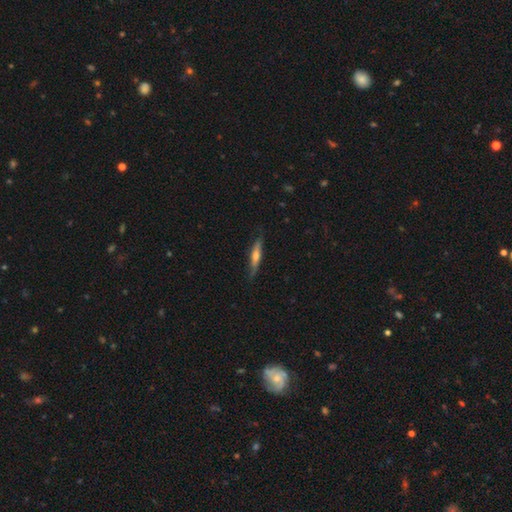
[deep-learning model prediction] smooth-or-featured: featured or disk: 55% | smooth: 39% | star or artifact: 6%
  disk-edge-on: yes: 92% | no: 8%
    edge-on-bulge: rounded: 79% | none: 13% | boxy: 8%
  merging: none: 82% | minor disturbance: 14% | major disturbance: 3% | merger: 1%